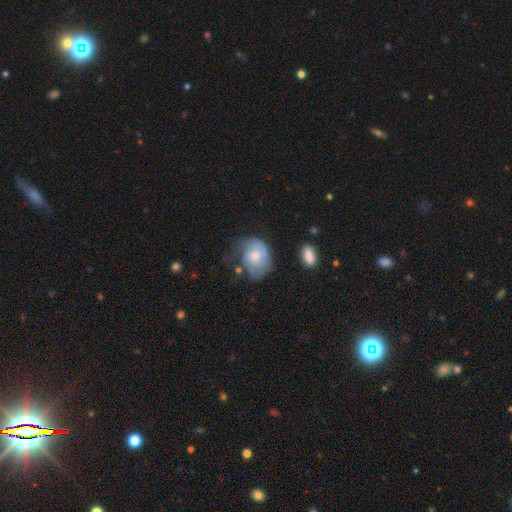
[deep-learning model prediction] Q: Smooth or featured?
A: smooth (51%); runner-up: featured or disk (42%)
Q: How rounded?
A: in between (50%); runner-up: round (49%)
Q: Merging?
A: none (36%); runner-up: minor disturbance (32%)